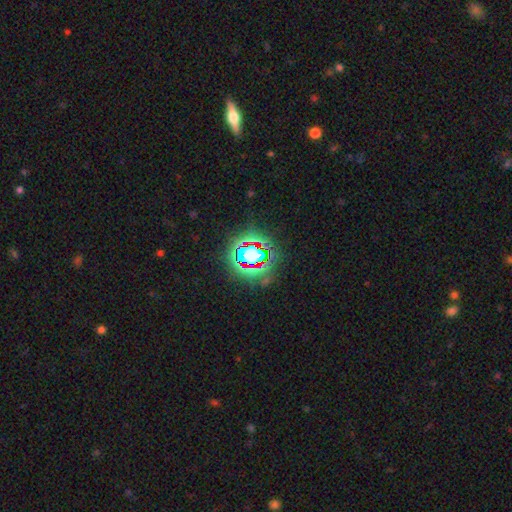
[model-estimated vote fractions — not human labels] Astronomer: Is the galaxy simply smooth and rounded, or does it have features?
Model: star or artifact — 78%.